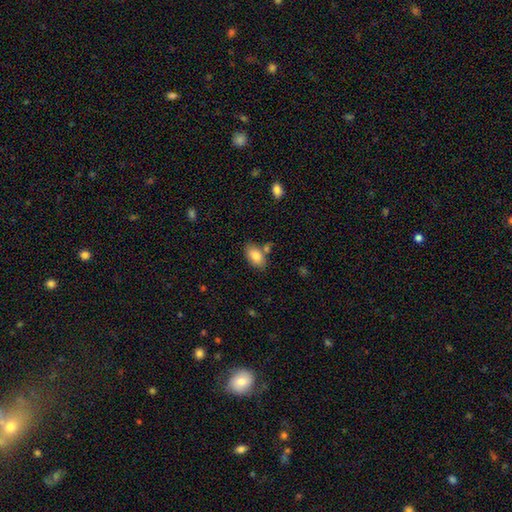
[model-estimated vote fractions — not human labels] A smooth galaxy with no disk features (84%) that is in between round and cigar-shaped (93%).

Vote fractions:
- Smooth or featured? smooth: 84% / featured or disk: 9% / star or artifact: 7%
- How rounded? in between: 93% / round: 5% / cigar-shaped: 2%
- Merging? none: 69% / minor disturbance: 15% / merger: 12% / major disturbance: 4%